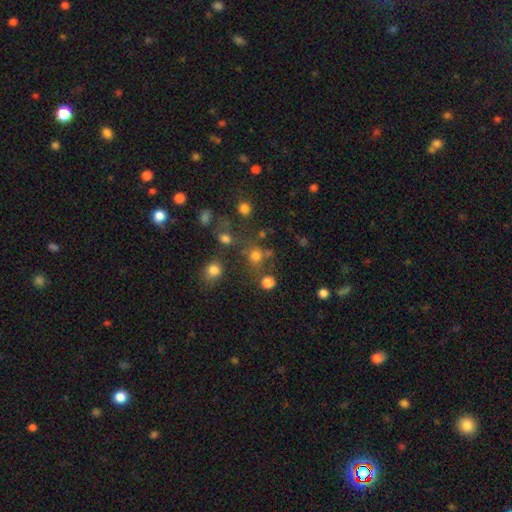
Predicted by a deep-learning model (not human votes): smooth-or-featured: smooth: 69% | star or artifact: 22% | featured or disk: 9%
  how-rounded: round: 87% | in between: 12% | cigar-shaped: 1%
  merging: none: 63% | merger: 20% | minor disturbance: 11% | major disturbance: 7%